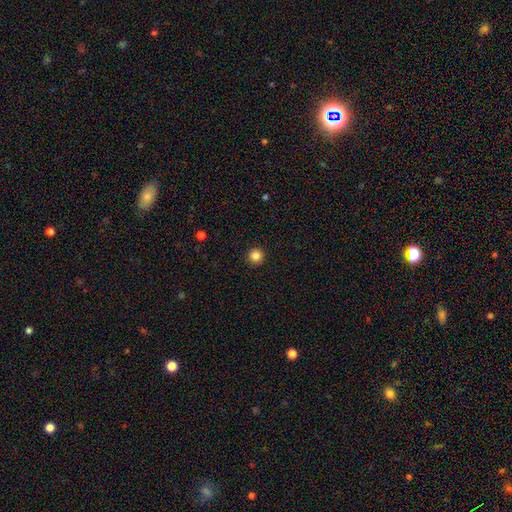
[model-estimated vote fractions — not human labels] A smooth galaxy with no disk features (86%) that is round (96%). Merging: none (93%).